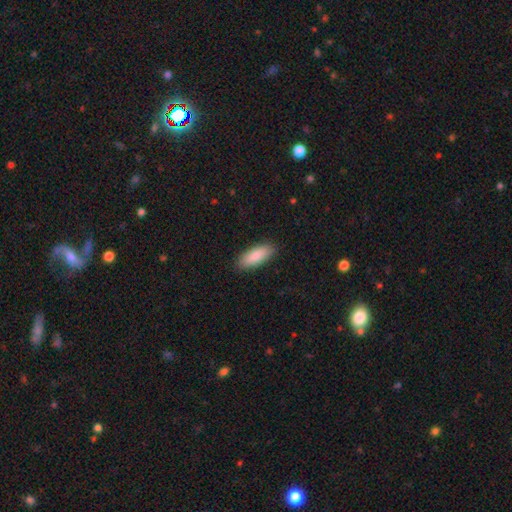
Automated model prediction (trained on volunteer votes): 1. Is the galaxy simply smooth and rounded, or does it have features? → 88% smooth, 7% featured or disk, 6% star or artifact.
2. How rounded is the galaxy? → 71% in between, 27% cigar-shaped, 2% round.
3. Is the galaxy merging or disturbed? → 89% none, 9% minor disturbance, 2% major disturbance, 1% merger.